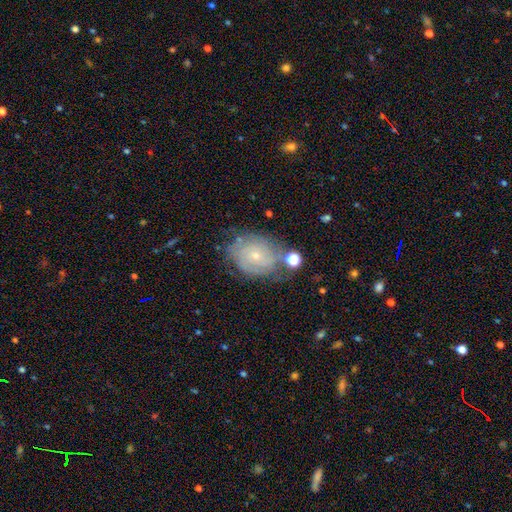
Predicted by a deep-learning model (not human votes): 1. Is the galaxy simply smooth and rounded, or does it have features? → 64% featured or disk, 27% smooth, 9% star or artifact.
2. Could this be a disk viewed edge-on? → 97% no, 3% yes.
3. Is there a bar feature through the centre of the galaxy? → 78% no, 19% weak, 3% strong.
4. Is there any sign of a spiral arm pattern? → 83% yes, 17% no.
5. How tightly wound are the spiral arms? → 67% tight, 24% medium, 8% loose.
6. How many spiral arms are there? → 51% can't tell, 20% 2, 13% 3, 7% 4, 5% 1, 4% more than 4.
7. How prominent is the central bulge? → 77% small, 19% moderate, 2% none, 1% large, 1% dominant.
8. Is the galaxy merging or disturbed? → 61% none, 23% minor disturbance, 10% major disturbance, 7% merger.